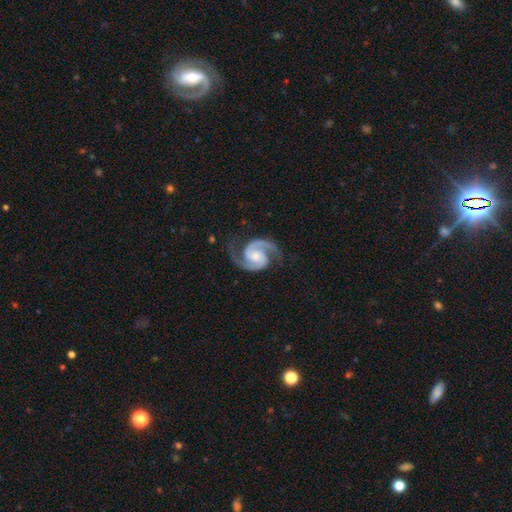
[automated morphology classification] Smooth or featured? Predicted: featured or disk (p=0.94). Edge-on disk? Predicted: no (p=0.99). Bar? Predicted: no (p=0.61). Spiral arms? Predicted: yes (p=0.99). Spiral winding? Predicted: medium (p=0.60). Spiral arm count? Predicted: 2 (p=0.95). Bulge size? Predicted: moderate (p=0.47). Merging? Predicted: none (p=0.79).